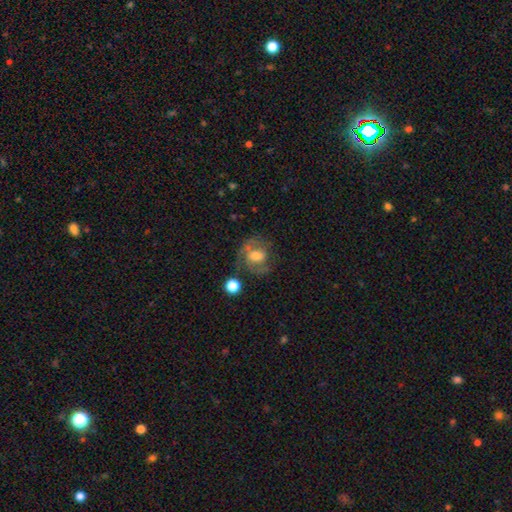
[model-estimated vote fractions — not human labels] The model was most divided on "bar": no: 48%, weak: 41%, strong: 11%. Remaining: edge-on disk — no (97%); spiral arms — yes (83%); smooth or featured — featured or disk (66%); merging — none (58%); spiral arm count — 2 (57%); bulge size — moderate (55%); spiral winding — medium (47%).